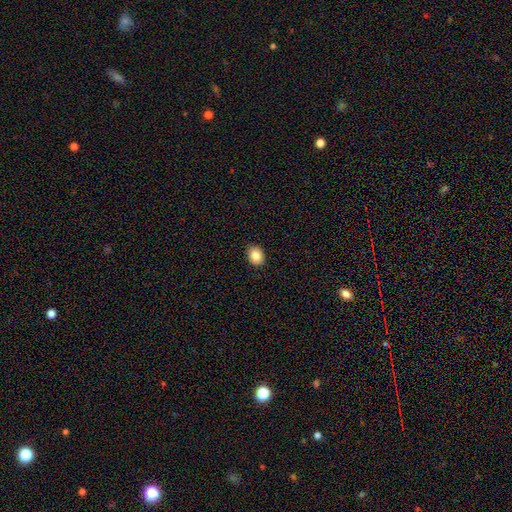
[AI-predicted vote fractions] A smooth galaxy with no disk features (85%) that is round (50%).

Vote fractions:
- Smooth or featured? smooth: 85% / star or artifact: 9% / featured or disk: 6%
- How rounded? round: 50% / in between: 49% / cigar-shaped: 1%
- Merging? none: 91% / minor disturbance: 6% / major disturbance: 2% / merger: 1%